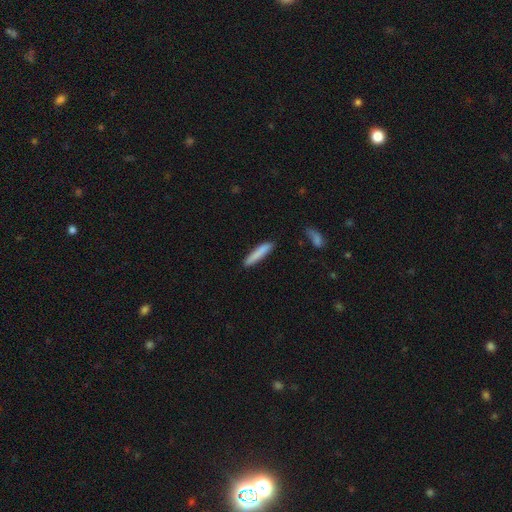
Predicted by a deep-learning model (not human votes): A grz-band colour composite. It shows a smooth galaxy with no disk features (82%) that is cigar-shaped (93%). Merging: none (87%).